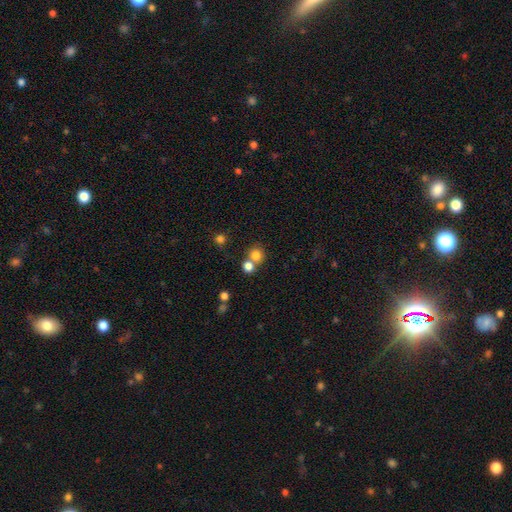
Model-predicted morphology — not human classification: The model was most divided on "merging": none: 53%, merger: 38%, minor disturbance: 7%, major disturbance: 3%. More confident: how rounded — round (86%); smooth or featured — smooth (78%).